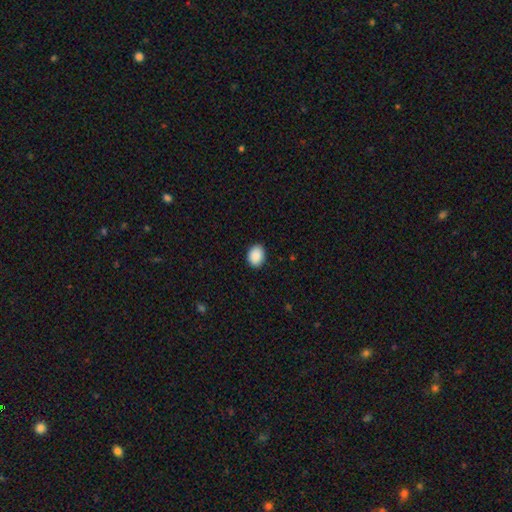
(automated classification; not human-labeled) Morphology: type=smooth (90%); roundness=in between (65%); merging=none (89%).